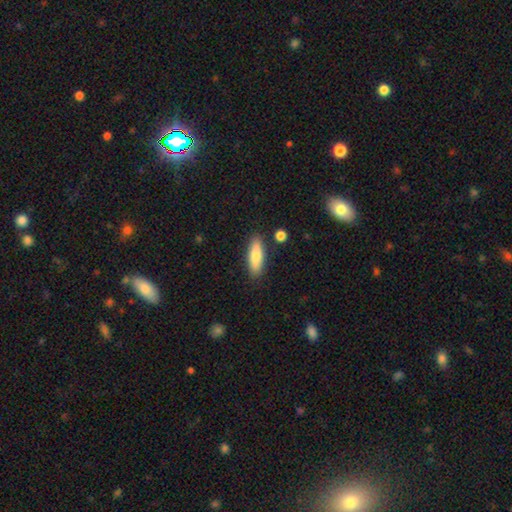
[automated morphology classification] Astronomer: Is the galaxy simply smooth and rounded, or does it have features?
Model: smooth — 76%.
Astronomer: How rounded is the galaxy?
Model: in between — 51% (runner-up: cigar-shaped, 47%).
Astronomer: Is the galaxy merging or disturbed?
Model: none — 86%.